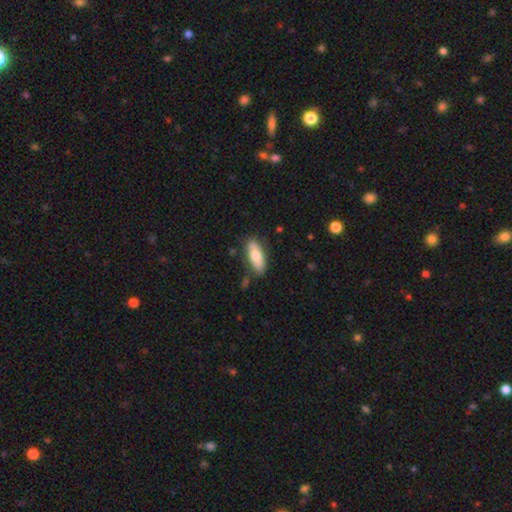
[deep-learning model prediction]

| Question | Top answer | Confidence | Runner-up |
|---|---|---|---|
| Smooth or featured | smooth | 70% | featured or disk (24%) |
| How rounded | in between | 77% | cigar-shaped (20%) |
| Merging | none | 77% | minor disturbance (16%) |